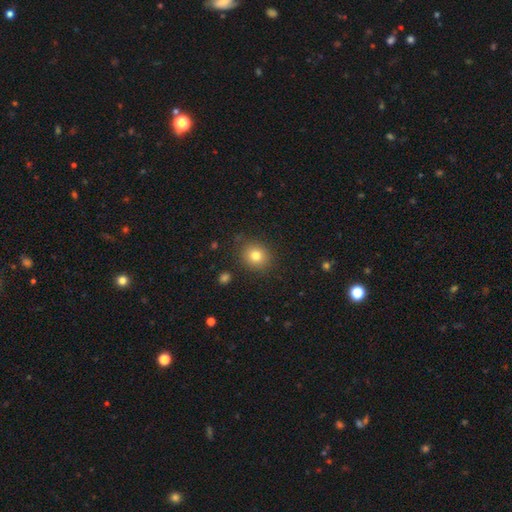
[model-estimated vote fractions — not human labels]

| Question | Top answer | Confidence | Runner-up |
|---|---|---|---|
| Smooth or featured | smooth | 79% | star or artifact (12%) |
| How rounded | round | 77% | in between (22%) |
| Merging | none | 85% | minor disturbance (10%) |